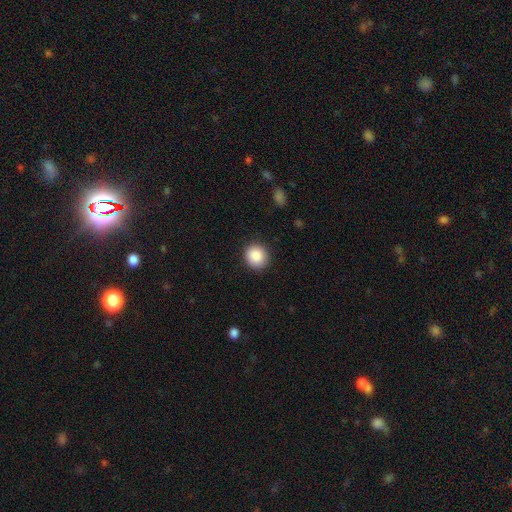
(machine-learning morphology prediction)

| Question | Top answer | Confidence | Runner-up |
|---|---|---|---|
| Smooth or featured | smooth | 89% | star or artifact (8%) |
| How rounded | round | 87% | in between (12%) |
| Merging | none | 90% | minor disturbance (7%) |